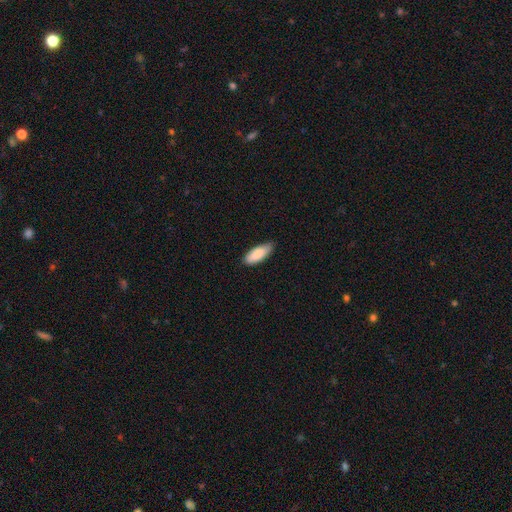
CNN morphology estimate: smooth 88%, featured or disk 6%, star or artifact 6%. Down the decision tree: how rounded — in between (78%); merging — none (75%).